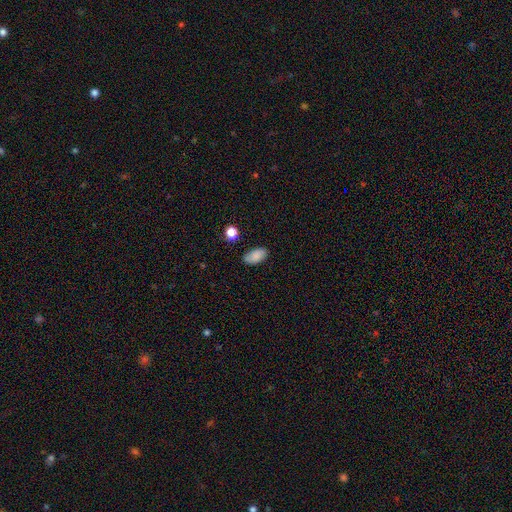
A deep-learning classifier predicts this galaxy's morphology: Overall: smooth (81%). How rounded: in between (93%). Merging: none (78%).